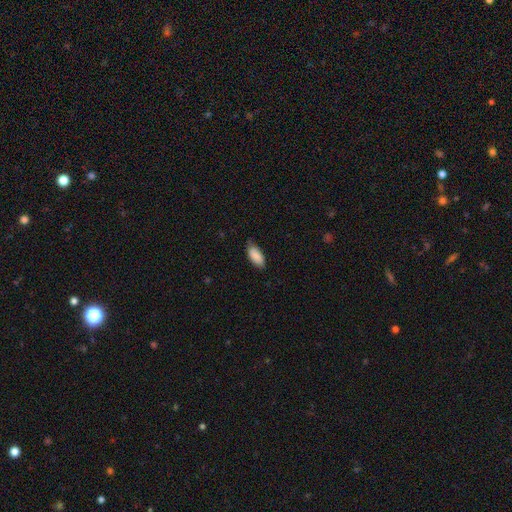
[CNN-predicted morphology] smooth-or-featured: smooth: 86% | featured or disk: 8% | star or artifact: 6%
  how-rounded: in between: 90% | cigar-shaped: 8% | round: 2%
  merging: none: 71% | minor disturbance: 24% | major disturbance: 4% | merger: 1%